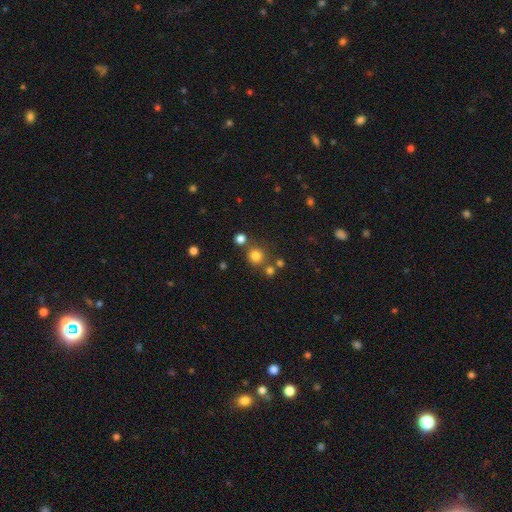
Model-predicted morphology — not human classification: Smooth or featured? Predicted: smooth (p=0.77). How rounded? Predicted: round (p=0.92). Merging? Predicted: none (p=0.75).